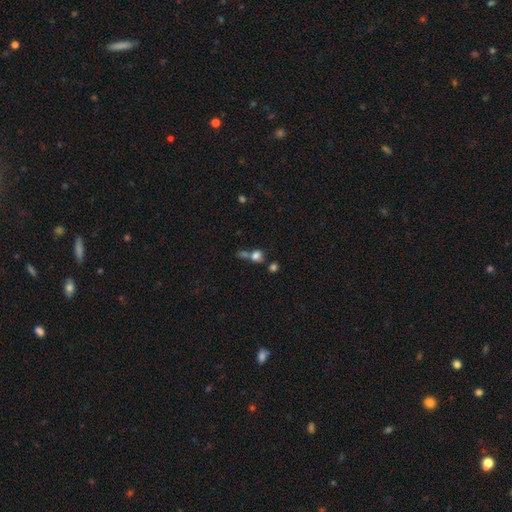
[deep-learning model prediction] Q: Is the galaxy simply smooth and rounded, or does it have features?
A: smooth — 73%.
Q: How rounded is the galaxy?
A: round — 65%.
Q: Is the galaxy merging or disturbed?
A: merger — 41%, tied with none.